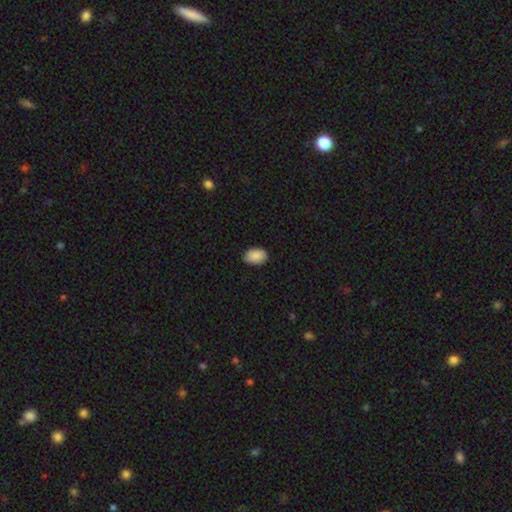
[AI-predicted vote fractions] A smooth galaxy with no disk features (89%) that is in between round and cigar-shaped (87%).

Vote fractions:
- Smooth or featured? smooth: 89% / star or artifact: 7% / featured or disk: 4%
- How rounded? in between: 87% / round: 11% / cigar-shaped: 1%
- Merging? none: 84% / minor disturbance: 13% / major disturbance: 2% / merger: 1%